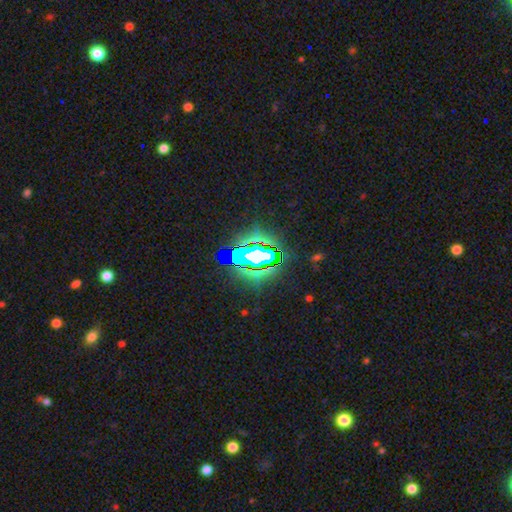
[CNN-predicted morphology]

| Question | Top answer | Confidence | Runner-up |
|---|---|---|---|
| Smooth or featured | star or artifact | 69% | featured or disk (16%) |